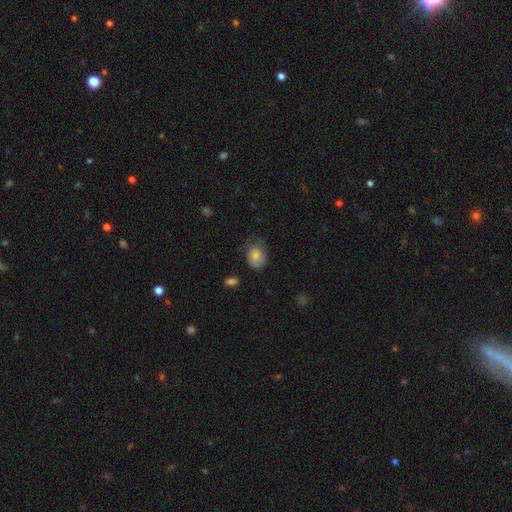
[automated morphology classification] This appears to be a smooth galaxy with no disk features (76%) that is in between round and cigar-shaped (59%). Merging: none (53%).